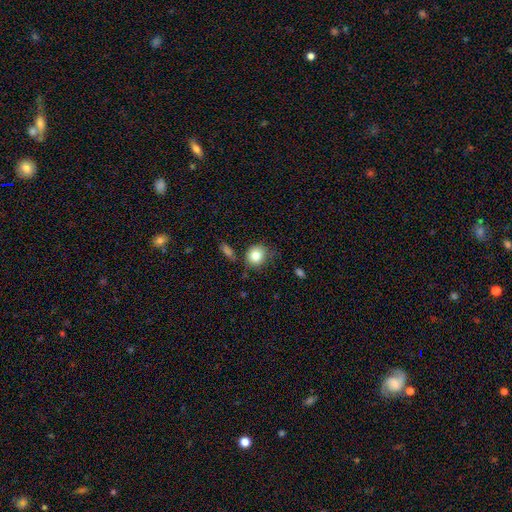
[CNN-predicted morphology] A smooth galaxy with no disk features (82%) that is round (79%). Merging: none (70%).